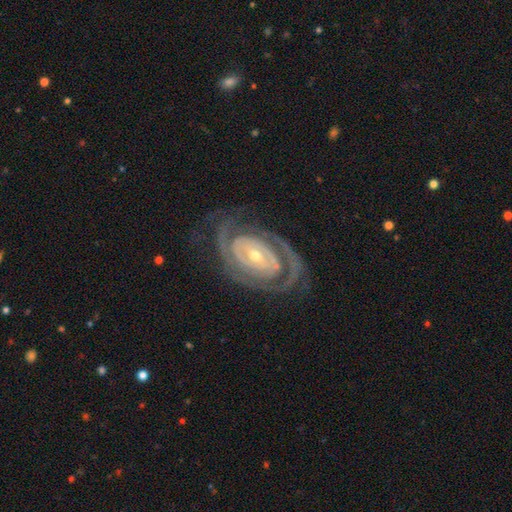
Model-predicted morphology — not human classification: This is clearly a featured or disk galaxy (90%). It is clearly not viewed edge-on (96%). Bar: possibly no (49%). Spiral arm pattern: clearly yes (94%). Spiral arm count: possibly 2 (53%). Spiral winding: likely tight (73%). Central bulge: likely small (60%). Merging: likely none (72%).